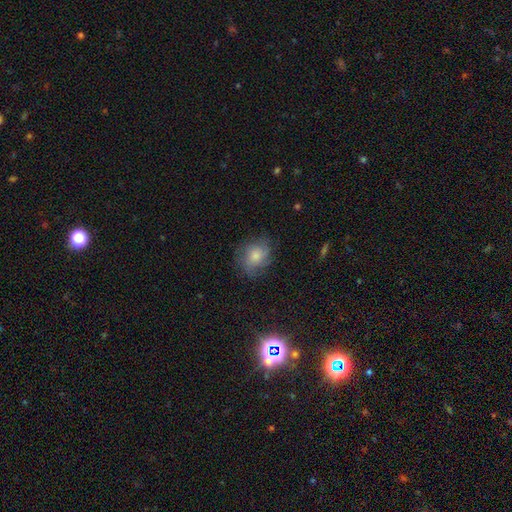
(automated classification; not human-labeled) Overall: smooth (58%; featured or disk 32%). How rounded: round (60%; in between 39%). Merging: none (66%).